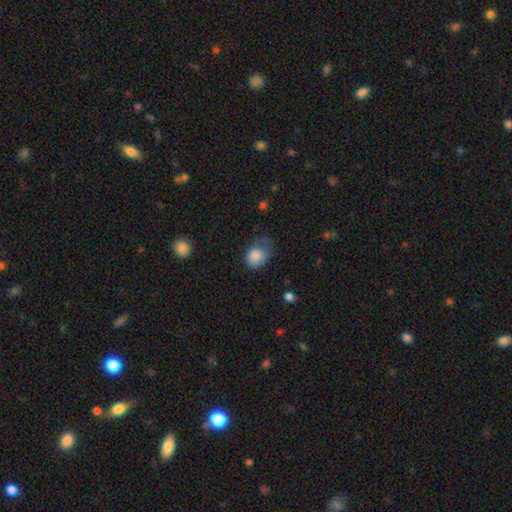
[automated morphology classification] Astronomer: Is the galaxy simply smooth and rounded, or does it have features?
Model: smooth — 83%.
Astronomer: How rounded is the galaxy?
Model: in between — 54% (runner-up: round, 45%).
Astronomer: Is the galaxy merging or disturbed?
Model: minor disturbance — 38% (runner-up: none, 30%).